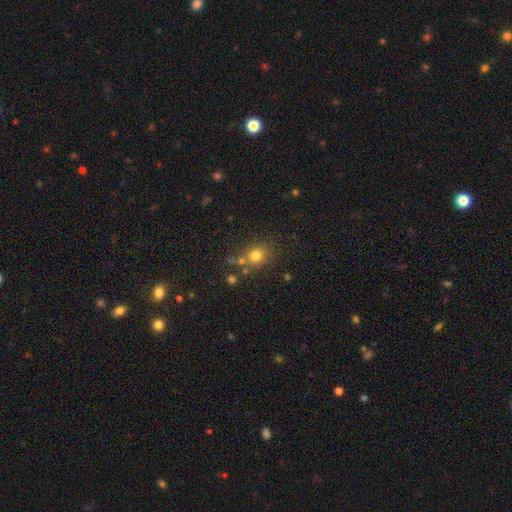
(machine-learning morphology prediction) Smooth or featured: smooth — 76% (star or artifact — 15%)
How rounded: round — 79% (in between — 20%)
Merging: none — 68% (merger — 14%)